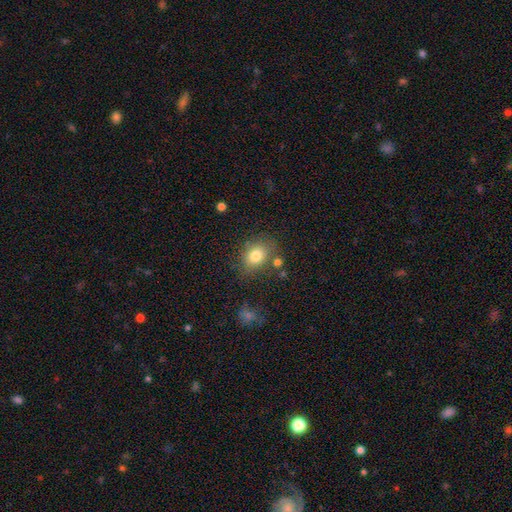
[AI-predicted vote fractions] Smooth or featured: smooth — 80% (star or artifact — 10%)
How rounded: in between — 52% (round — 47%)
Merging: none — 72% (minor disturbance — 15%)